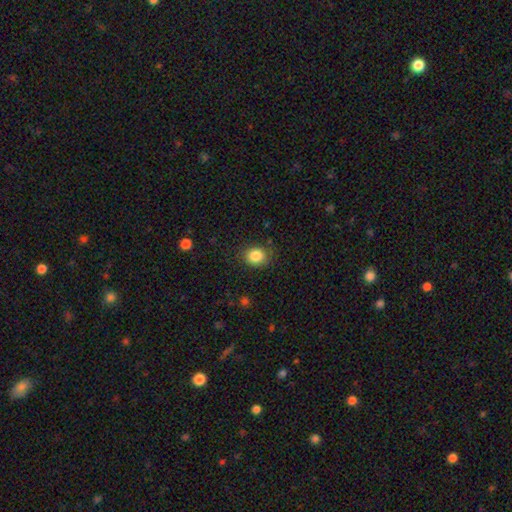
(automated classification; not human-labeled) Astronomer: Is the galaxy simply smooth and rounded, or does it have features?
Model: smooth — 85%.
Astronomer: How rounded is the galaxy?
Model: round — 64%.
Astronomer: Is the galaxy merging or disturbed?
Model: none — 83%.